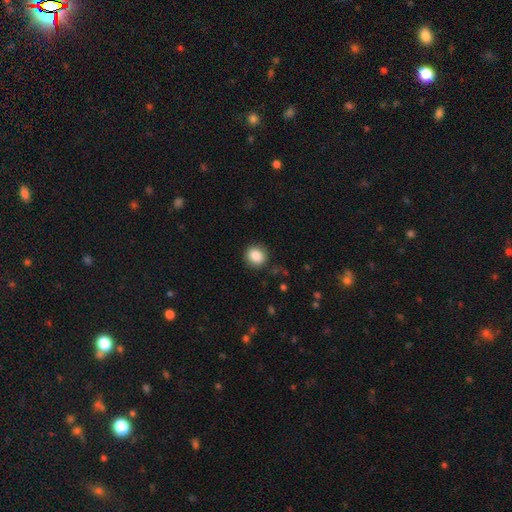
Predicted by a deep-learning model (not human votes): This is clearly a smooth galaxy (87%). How rounded: likely round (78%). Merging: clearly none (87%).